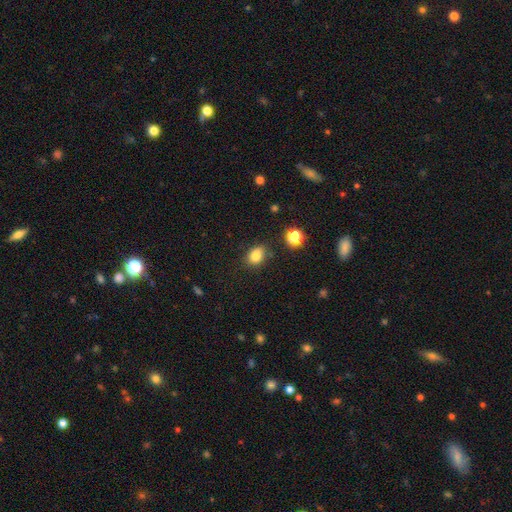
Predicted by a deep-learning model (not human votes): Smooth or featured? Predicted: smooth (p=0.82). How rounded? Predicted: in between (p=0.71). Merging? Predicted: none (p=0.77).